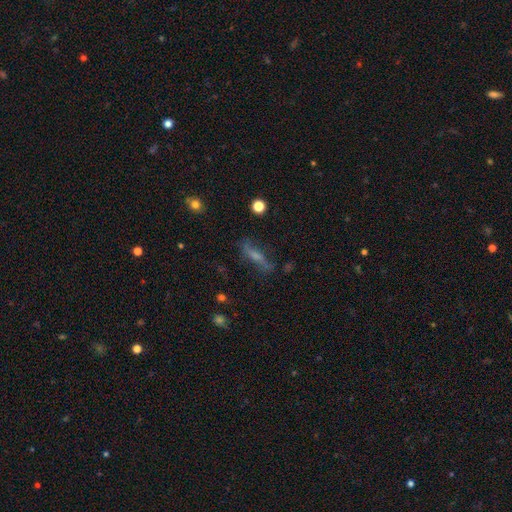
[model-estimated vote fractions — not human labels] Morphology: type=featured or disk (49%); merging=none (65%).